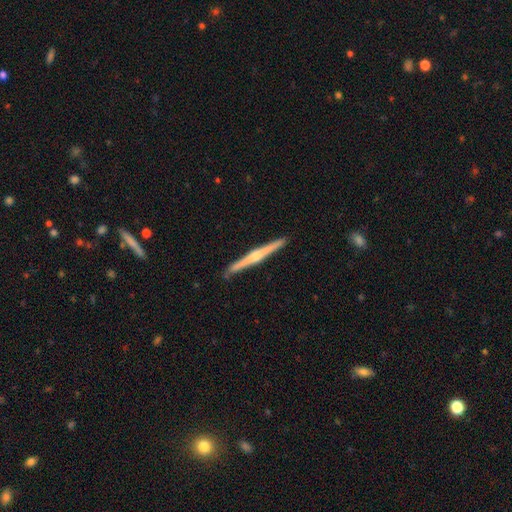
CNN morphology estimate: This is likely a featured or disk galaxy (73%). It is clearly viewed edge-on (98%). Edge-on bulge: likely rounded (79%). Merging: clearly none (91%).